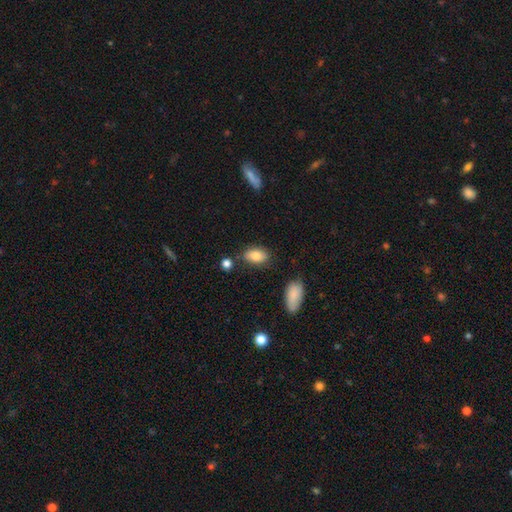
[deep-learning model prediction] A smooth galaxy with no disk features (84%) that is in between round and cigar-shaped (91%). Merging: none (73%).